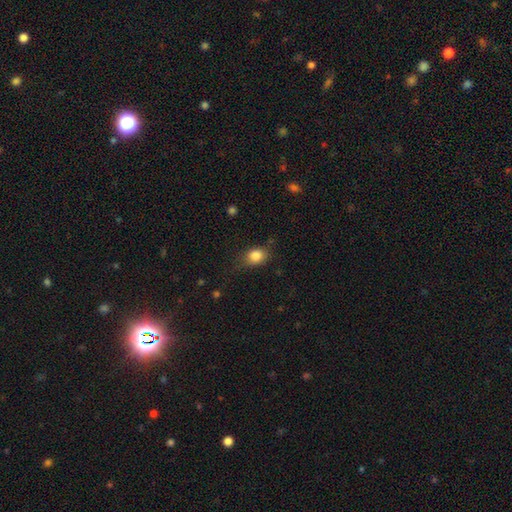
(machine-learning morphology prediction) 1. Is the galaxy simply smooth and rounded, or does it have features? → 83% smooth, 10% star or artifact, 7% featured or disk.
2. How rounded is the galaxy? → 53% in between, 46% round, 1% cigar-shaped.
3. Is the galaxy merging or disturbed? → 69% none, 23% minor disturbance, 7% major disturbance, 2% merger.